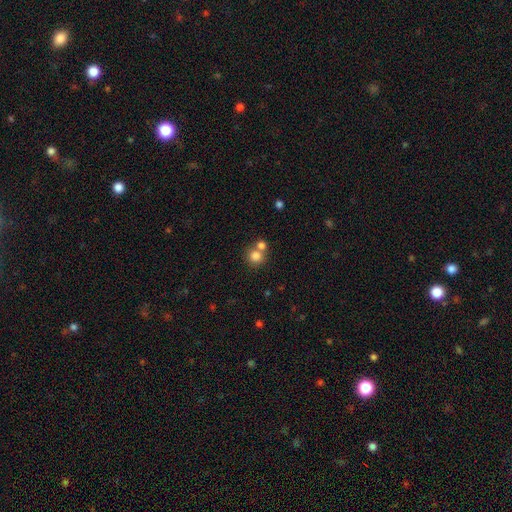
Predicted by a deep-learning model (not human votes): Overall: smooth (80%). How rounded: round (89%). Merging: none (52%; merger 38%).